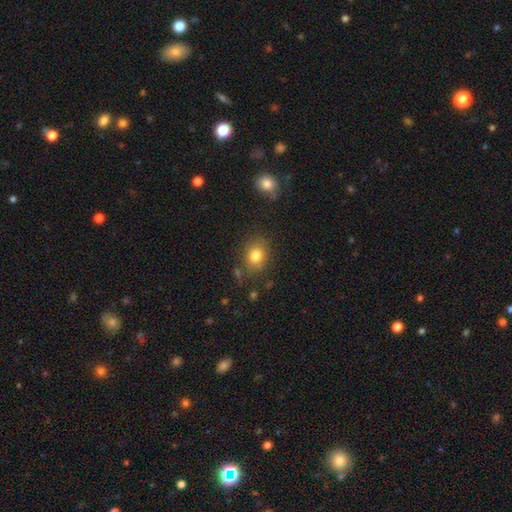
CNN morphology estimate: Overall: smooth (80%). How rounded: round (53%; in between 46%). Merging: none (79%).